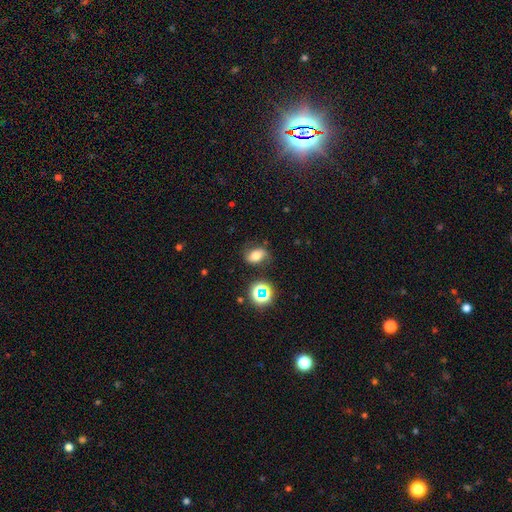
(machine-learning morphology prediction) Q: Smooth or featured?
A: smooth (58%); runner-up: featured or disk (24%)
Q: How rounded?
A: in between (76%); runner-up: round (22%)
Q: Merging?
A: none (70%); runner-up: minor disturbance (20%)